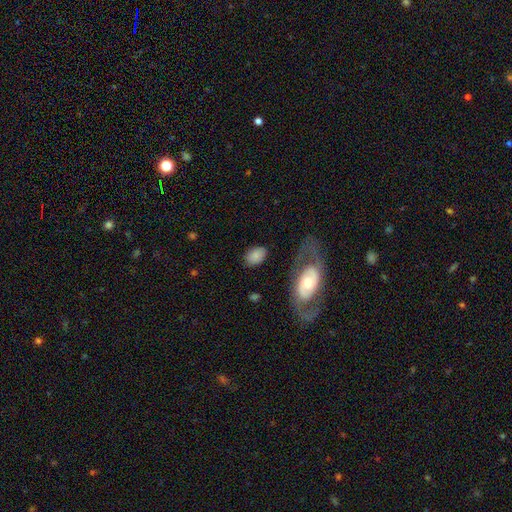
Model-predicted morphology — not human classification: type=smooth (78%); roundness=in between (84%); merging=none (75%).